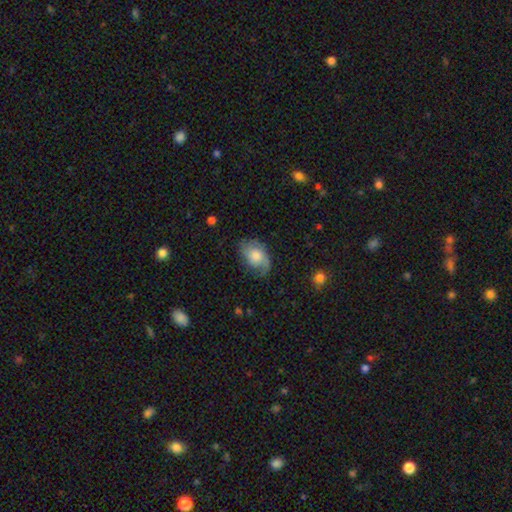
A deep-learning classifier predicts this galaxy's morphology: This is possibly a featured or disk galaxy (51%). It is clearly not viewed edge-on (95%). Merging: likely none (63%).